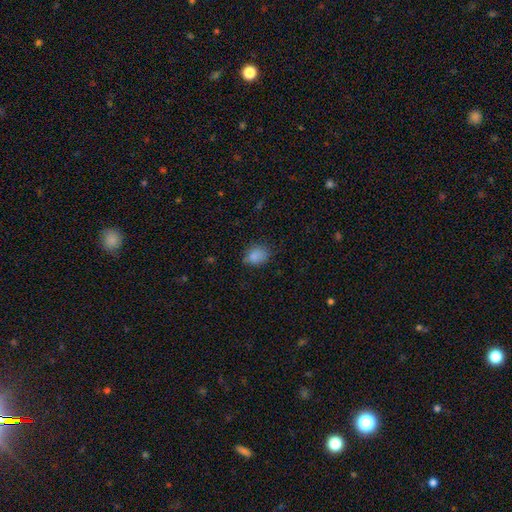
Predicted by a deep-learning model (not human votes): This is clearly a smooth galaxy (85%). How rounded: likely in between (60%). Merging: likely none (67%).